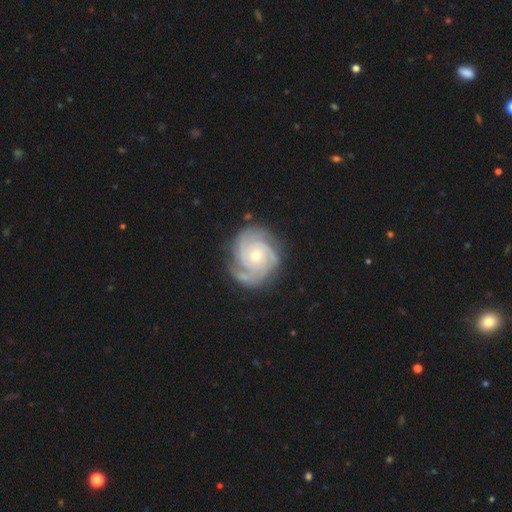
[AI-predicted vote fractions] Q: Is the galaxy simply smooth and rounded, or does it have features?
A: featured or disk — 90%.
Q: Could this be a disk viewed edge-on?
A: no — 98%.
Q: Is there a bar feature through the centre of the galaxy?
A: no — 76%.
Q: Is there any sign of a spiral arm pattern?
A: yes — 98%.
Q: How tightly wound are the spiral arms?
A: tight — 71%.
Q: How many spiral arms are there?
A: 3 — 47%.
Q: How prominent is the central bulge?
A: small — 51%.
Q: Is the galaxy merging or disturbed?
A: none — 78%.